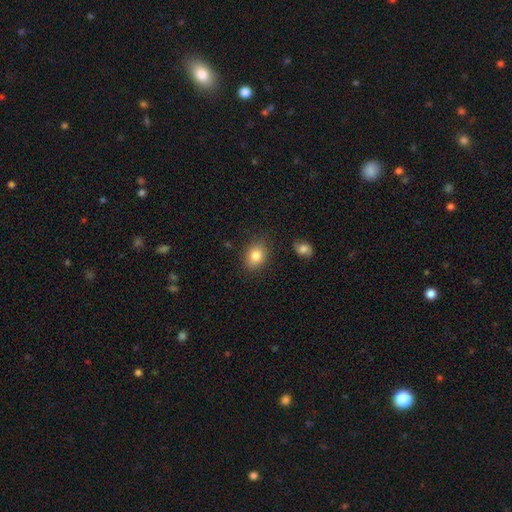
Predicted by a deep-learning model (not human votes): Smooth or featured? smooth (83%)
How rounded? in between (64%)
Merging? none (83%)